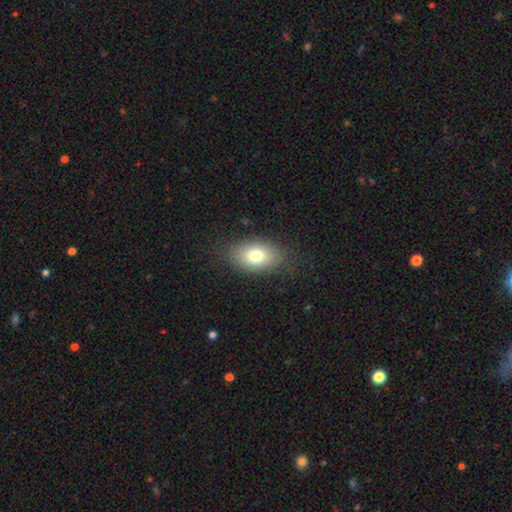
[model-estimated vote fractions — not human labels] A smooth galaxy with no disk features (78%) that is in between round and cigar-shaped (88%).

Vote fractions:
- Smooth or featured? smooth: 78% / featured or disk: 13% / star or artifact: 9%
- How rounded? in between: 88% / round: 11% / cigar-shaped: 2%
- Merging? none: 81% / minor disturbance: 13% / major disturbance: 4% / merger: 1%